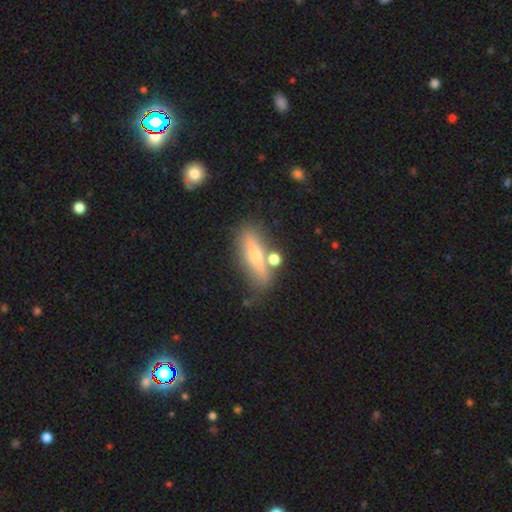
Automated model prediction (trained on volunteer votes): Smooth or featured? smooth (47%)
Merging? none (70%)